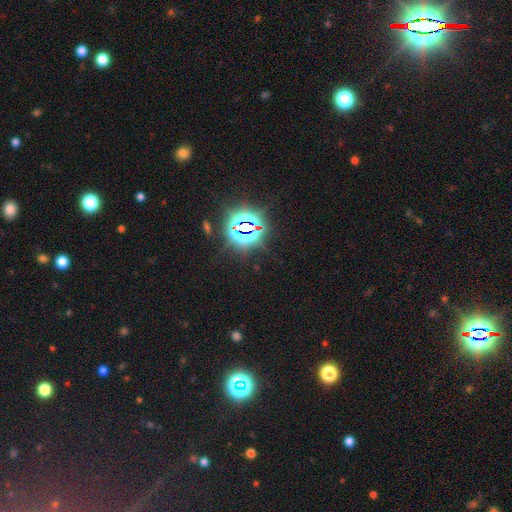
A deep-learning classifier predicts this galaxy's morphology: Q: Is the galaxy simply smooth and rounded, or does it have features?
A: star or artifact — 81%.